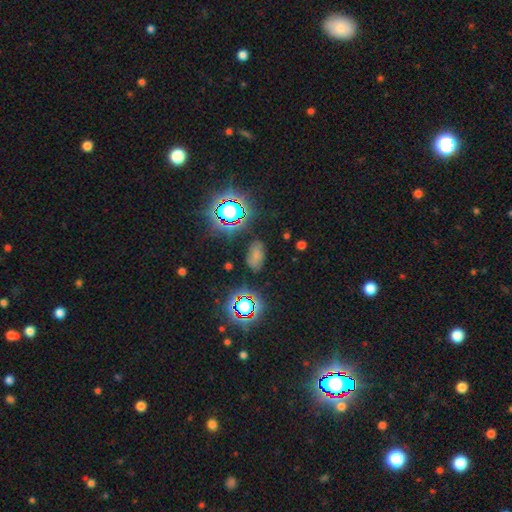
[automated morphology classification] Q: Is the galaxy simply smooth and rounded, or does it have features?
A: smooth — 51%.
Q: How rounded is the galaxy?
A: in between — 88%.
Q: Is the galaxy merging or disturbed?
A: none — 70%.